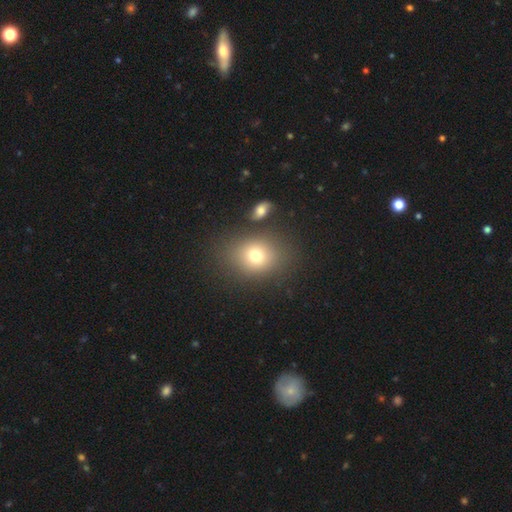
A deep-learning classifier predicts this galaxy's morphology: smooth 74%, star or artifact 13%, featured or disk 12%. Down the decision tree: how rounded — in between (50%); merging — none (76%).